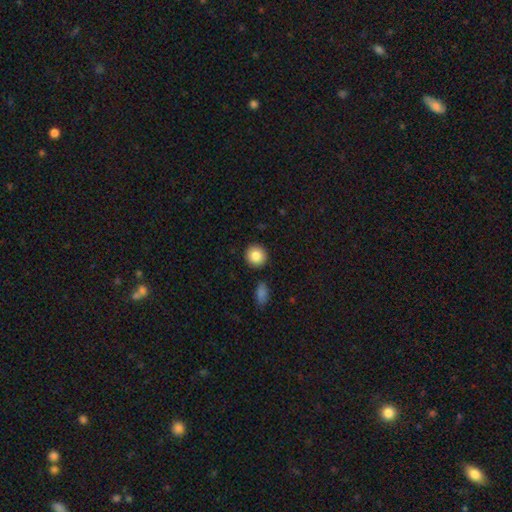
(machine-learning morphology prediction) Q: Smooth or featured?
A: smooth (85%); runner-up: star or artifact (8%)
Q: How rounded?
A: round (91%); runner-up: in between (8%)
Q: Merging?
A: none (90%); runner-up: minor disturbance (6%)